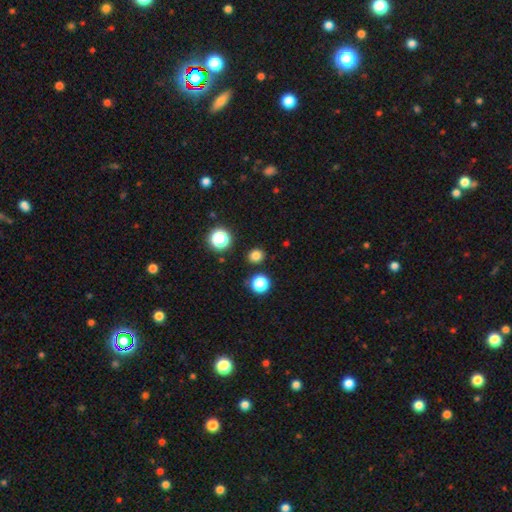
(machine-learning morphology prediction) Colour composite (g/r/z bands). It shows a smooth galaxy with no disk features (78%) that is round (82%). Merging: none (88%).